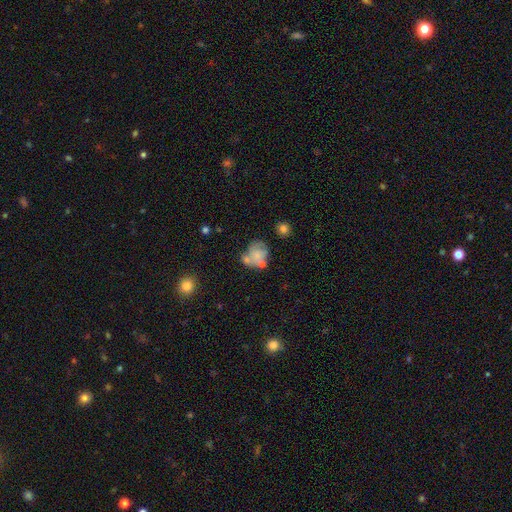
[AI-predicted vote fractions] Q: Smooth or featured?
A: smooth (56%); runner-up: featured or disk (33%)
Q: How rounded?
A: round (58%); runner-up: in between (41%)
Q: Merging?
A: none (36%); runner-up: merger (26%)